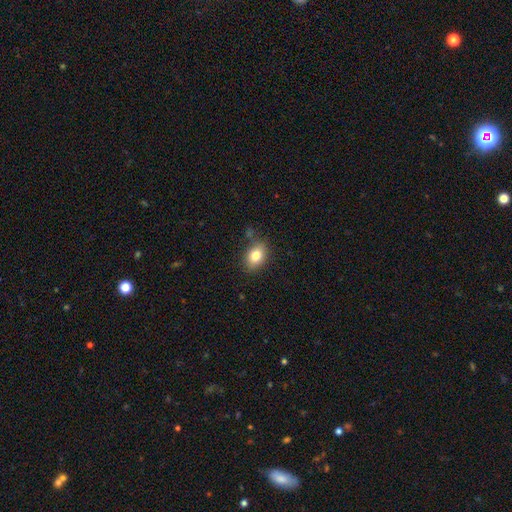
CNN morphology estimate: smooth 80%, featured or disk 11%, star or artifact 9%. Down the decision tree: how rounded — in between (76%); merging — none (76%).